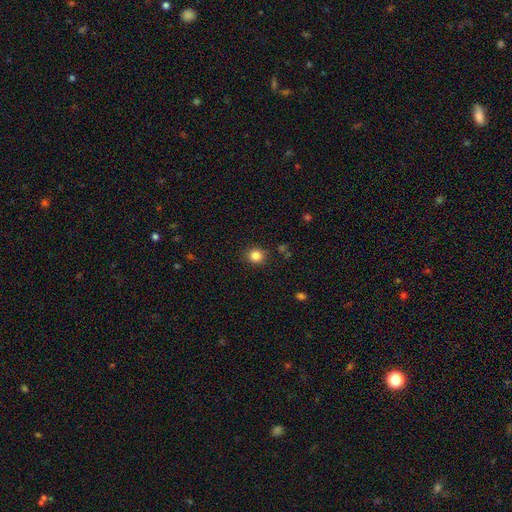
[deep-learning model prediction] This is clearly a smooth galaxy (84%). How rounded: clearly round (84%). Merging: clearly none (88%).